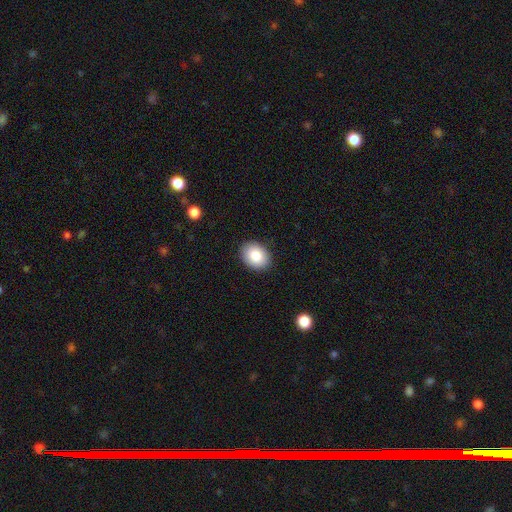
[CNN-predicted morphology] Overall: smooth (86%). How rounded: in between (69%; round 30%). Merging: none (89%).